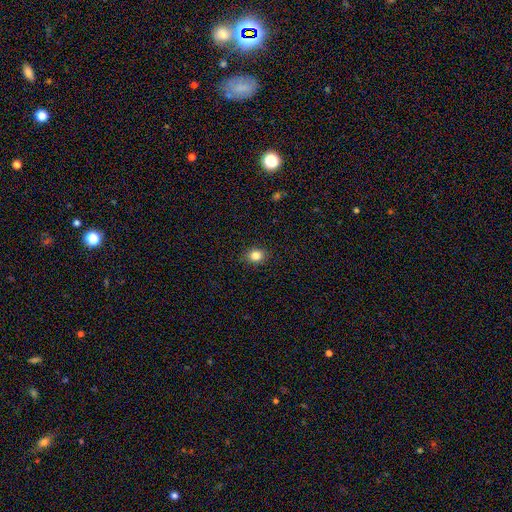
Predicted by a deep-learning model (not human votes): A smooth galaxy with no disk features (83%) that is round (69%).

Vote fractions:
- Smooth or featured? smooth: 83% / star or artifact: 11% / featured or disk: 6%
- How rounded? round: 69% / in between: 30% / cigar-shaped: 1%
- Merging? none: 89% / minor disturbance: 8% / major disturbance: 2% / merger: 1%